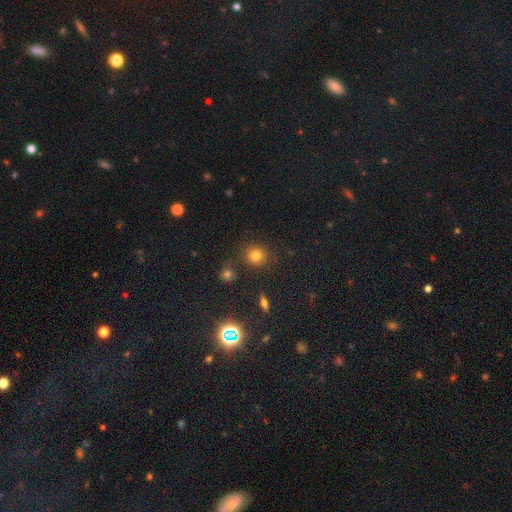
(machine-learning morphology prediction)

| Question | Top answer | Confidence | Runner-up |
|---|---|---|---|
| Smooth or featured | smooth | 75% | star or artifact (17%) |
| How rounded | round | 90% | in between (9%) |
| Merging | none | 84% | minor disturbance (8%) |